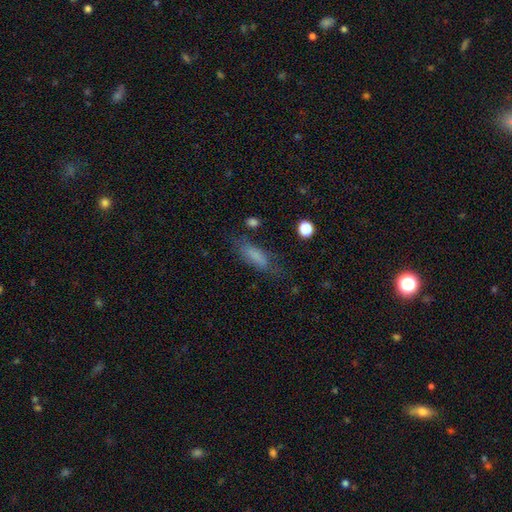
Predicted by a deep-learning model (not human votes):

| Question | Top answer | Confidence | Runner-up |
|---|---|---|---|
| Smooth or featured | smooth | 73% | featured or disk (16%) |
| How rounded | in between | 54% | cigar-shaped (43%) |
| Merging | none | 64% | minor disturbance (22%) |